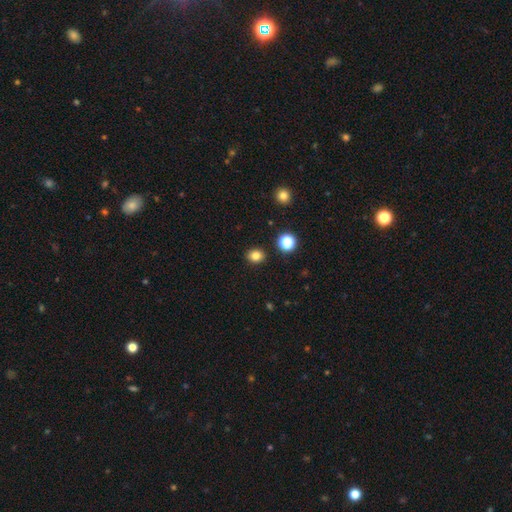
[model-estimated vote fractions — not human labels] smooth-or-featured: smooth: 82% | star or artifact: 13% | featured or disk: 5%
  how-rounded: round: 65% | in between: 34% | cigar-shaped: 1%
  merging: none: 90% | minor disturbance: 6% | major disturbance: 2% | merger: 2%